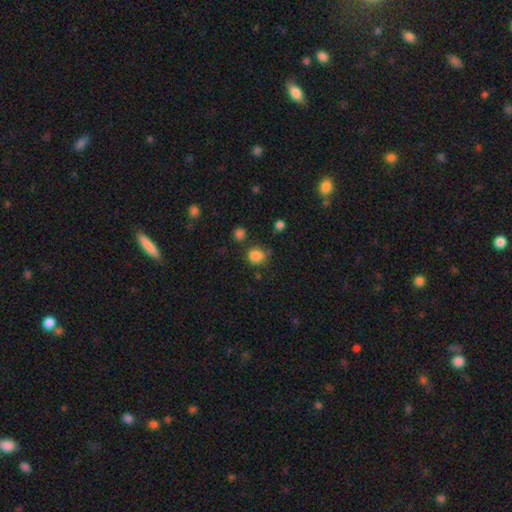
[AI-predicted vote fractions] Smooth or featured?
  - smooth: 83% *
  - star or artifact: 12%
  - featured or disk: 5%
How rounded?
  - round: 78% *
  - in between: 21%
  - cigar-shaped: 1%
Merging?
  - none: 70% *
  - minor disturbance: 17%
  - merger: 8%
  - major disturbance: 5%